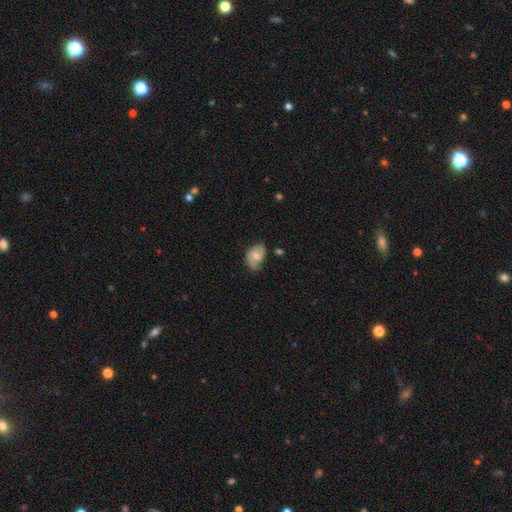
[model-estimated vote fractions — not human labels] smooth-or-featured: smooth: 58% | featured or disk: 35% | star or artifact: 7%
  how-rounded: in between: 83% | round: 16% | cigar-shaped: 1%
  merging: none: 52% | minor disturbance: 36% | major disturbance: 9% | merger: 3%